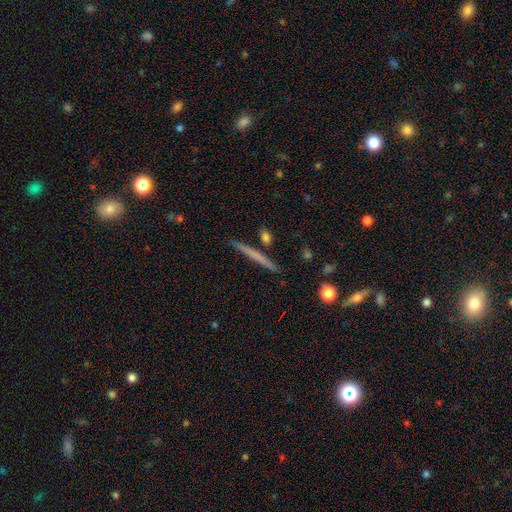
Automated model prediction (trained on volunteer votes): Smooth or featured: smooth — 52% (featured or disk — 42%)
How rounded: cigar-shaped — 96% (in between — 2%)
Merging: none — 89% (minor disturbance — 7%)